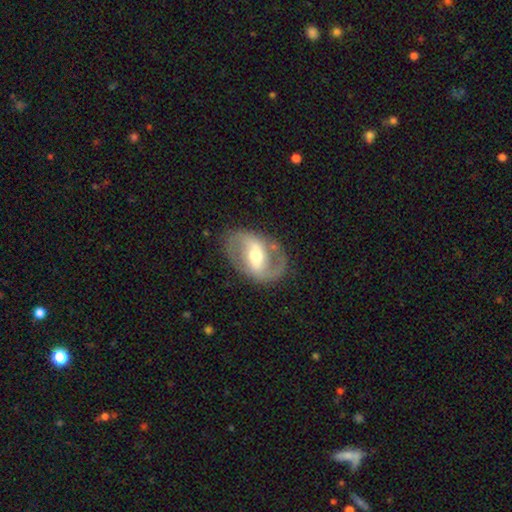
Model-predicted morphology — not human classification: Smooth or featured?
  - featured or disk: 84% *
  - smooth: 12%
  - star or artifact: 5%
Edge-on disk?
  - no: 96% *
  - yes: 4%
Bar?
  - strong: 45% *
  - weak: 38%
  - no: 16%
Spiral arms?
  - yes: 86% *
  - no: 14%
Spiral winding?
  - medium: 49% *
  - loose: 35%
  - tight: 16%
Spiral arm count?
  - 2: 91% *
  - can't tell: 4%
  - 1: 3%
  - 3: 1%
  - 4: 1%
  - more than 4: 1%
Bulge size?
  - moderate: 66% *
  - small: 22%
  - large: 10%
  - dominant: 1%
  - none: 1%
Merging?
  - none: 82% *
  - minor disturbance: 11%
  - major disturbance: 5%
  - merger: 1%